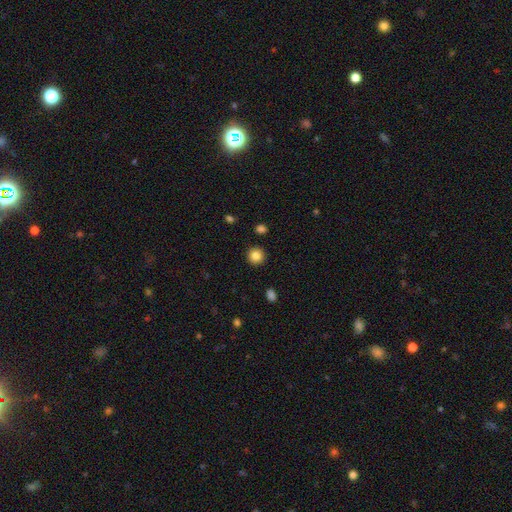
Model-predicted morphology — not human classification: smooth 85%, star or artifact 10%, featured or disk 5%. Down the decision tree: how rounded — round (94%); merging — none (92%).